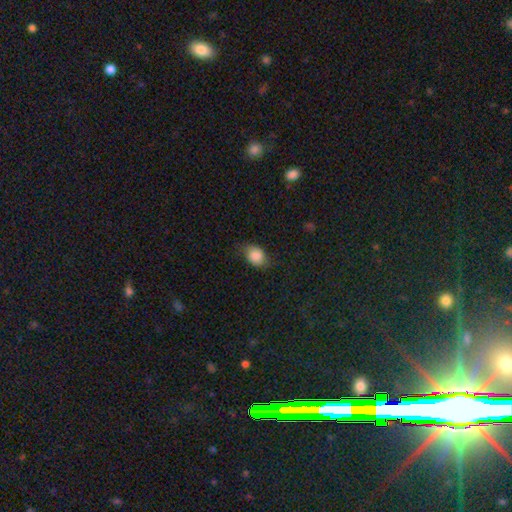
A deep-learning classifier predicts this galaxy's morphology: A smooth galaxy with no disk features (83%) that is in between round and cigar-shaped (66%).

Vote fractions:
- Smooth or featured? smooth: 83% / featured or disk: 9% / star or artifact: 8%
- How rounded? in between: 66% / round: 33% / cigar-shaped: 1%
- Merging? none: 67% / minor disturbance: 25% / major disturbance: 7% / merger: 1%